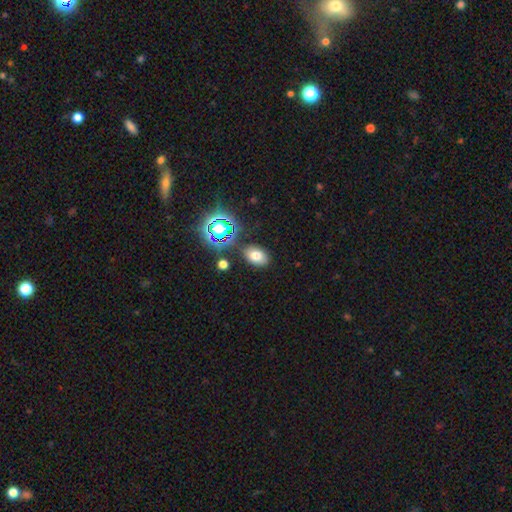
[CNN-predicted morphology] Smooth or featured? smooth (69%)
How rounded? in between (81%)
Merging? none (82%)